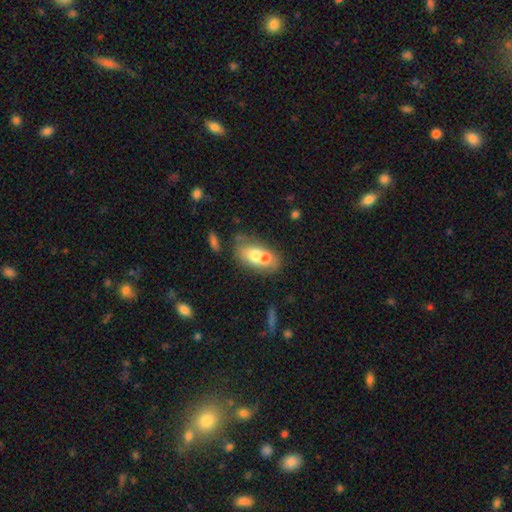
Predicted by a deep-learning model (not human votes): A smooth galaxy with no disk features (62%) that is in between round and cigar-shaped (77%).

Vote fractions:
- Smooth or featured? smooth: 62% / featured or disk: 29% / star or artifact: 8%
- How rounded? in between: 77% / round: 20% / cigar-shaped: 3%
- Merging? merger: 60% / none: 26% / minor disturbance: 9% / major disturbance: 5%